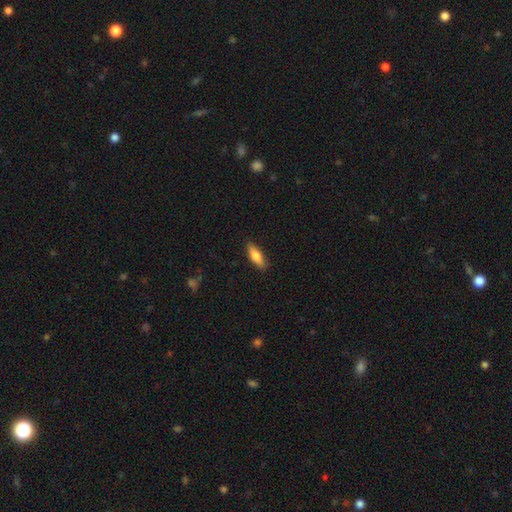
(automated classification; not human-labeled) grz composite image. It shows a smooth galaxy with no disk features (74%) that is in between round and cigar-shaped (56%). Merging: none (87%).